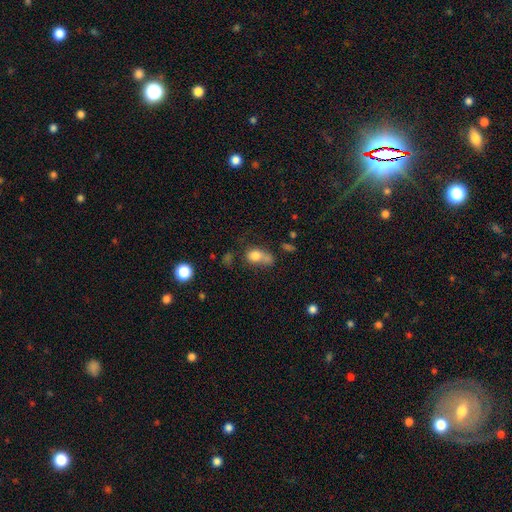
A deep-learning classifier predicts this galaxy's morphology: Q: Smooth or featured?
A: smooth (76%); runner-up: featured or disk (13%)
Q: How rounded?
A: in between (54%); runner-up: round (44%)
Q: Merging?
A: none (31%); runner-up: merger (30%)